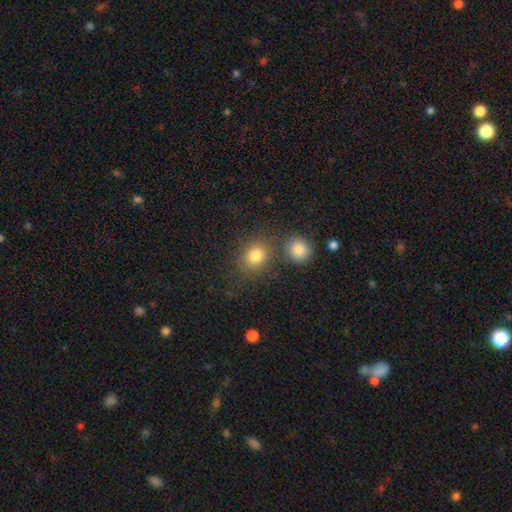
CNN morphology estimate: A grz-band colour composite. It shows a smooth galaxy with no disk features (80%) that is round (65%). Merging: none (67%).